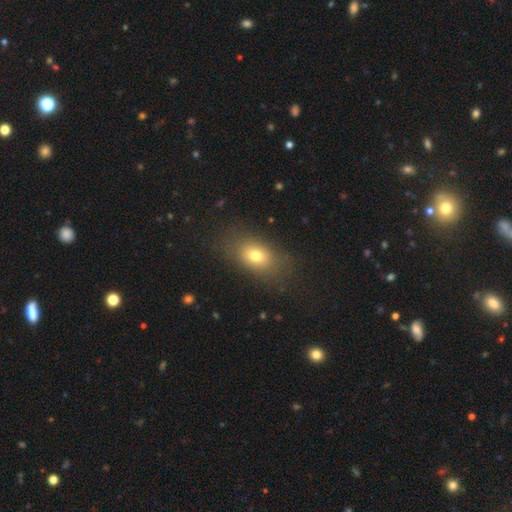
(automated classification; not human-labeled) Smooth or featured: smooth — 74% (featured or disk — 14%)
How rounded: in between — 79% (round — 18%)
Merging: none — 82% (minor disturbance — 11%)